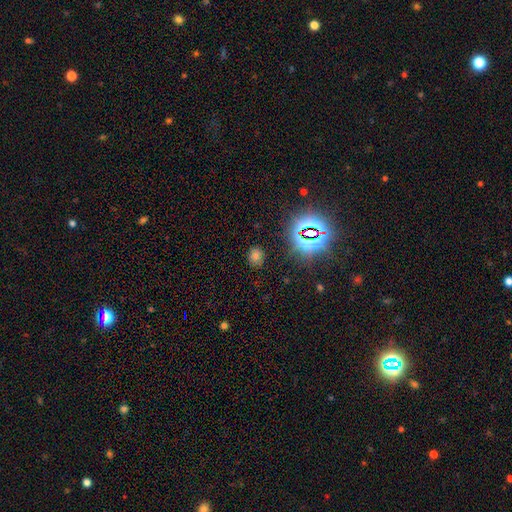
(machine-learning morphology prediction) A smooth galaxy with no disk features (55%) that is round (63%). Merging: none (85%).